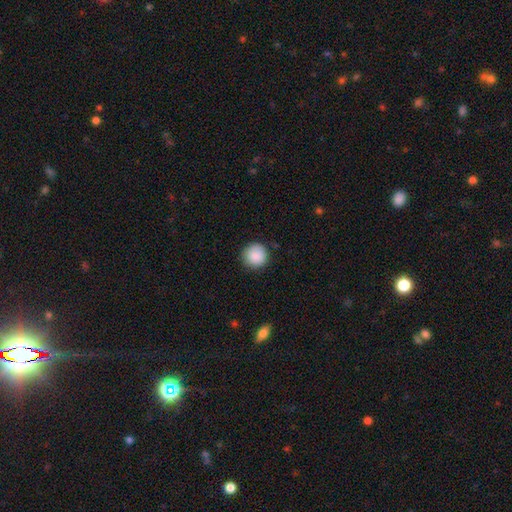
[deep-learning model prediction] This appears to be a smooth galaxy with no disk features (89%) that is round (95%). Merging: none (87%).